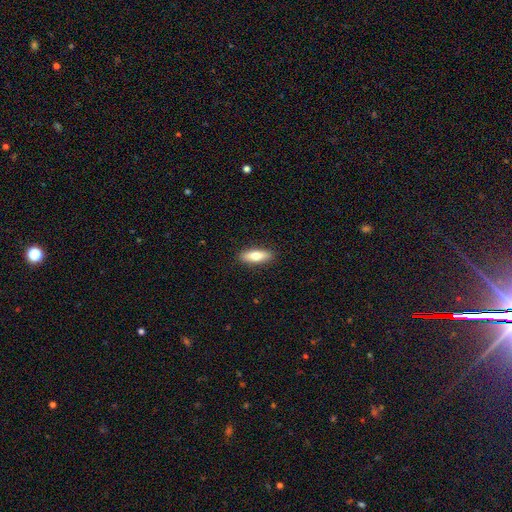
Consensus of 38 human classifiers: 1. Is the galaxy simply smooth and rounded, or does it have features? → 61% smooth, 37% featured or disk, 3% star or artifact.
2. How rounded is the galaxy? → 65% in between, 30% cigar-shaped, 4% round.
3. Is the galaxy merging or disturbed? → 86% none, 11% minor disturbance, 3% merger, 0% major disturbance.